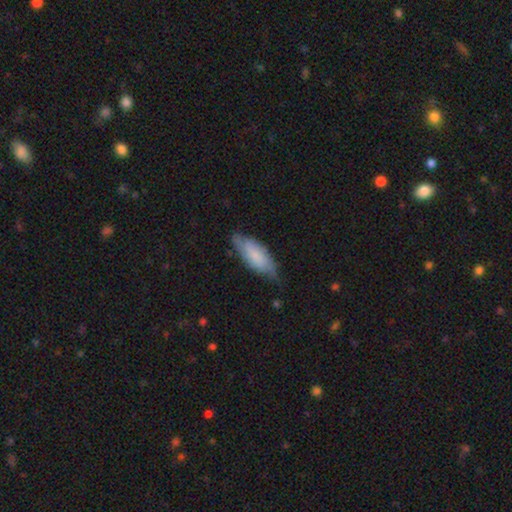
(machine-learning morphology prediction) A smooth galaxy with no disk features (63%) that is in between round and cigar-shaped (74%). Merging: none (61%).